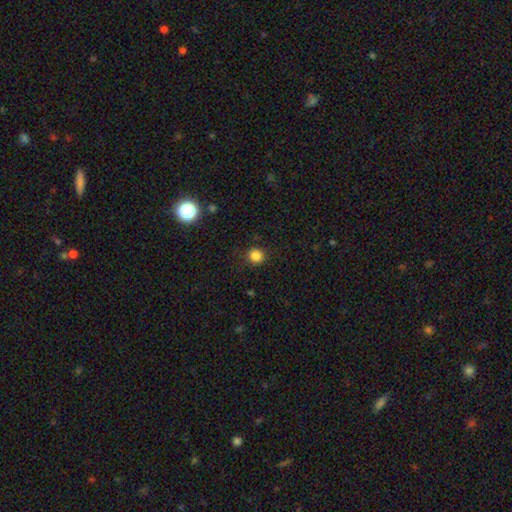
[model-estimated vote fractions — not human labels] Smooth or featured?
  - smooth: 84% *
  - star or artifact: 13%
  - featured or disk: 4%
How rounded?
  - round: 91% *
  - in between: 8%
  - cigar-shaped: 1%
Merging?
  - none: 88% *
  - minor disturbance: 8%
  - major disturbance: 3%
  - merger: 1%